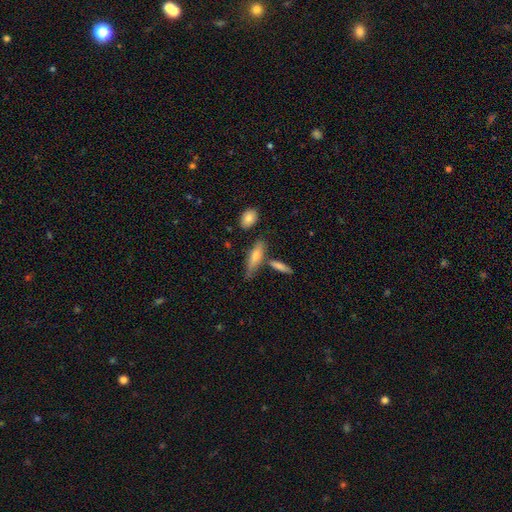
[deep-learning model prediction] smooth-or-featured: smooth: 60% | featured or disk: 32% | star or artifact: 8%
  how-rounded: cigar-shaped: 60% | in between: 37% | round: 3%
  merging: none: 67% | minor disturbance: 17% | merger: 12% | major disturbance: 5%